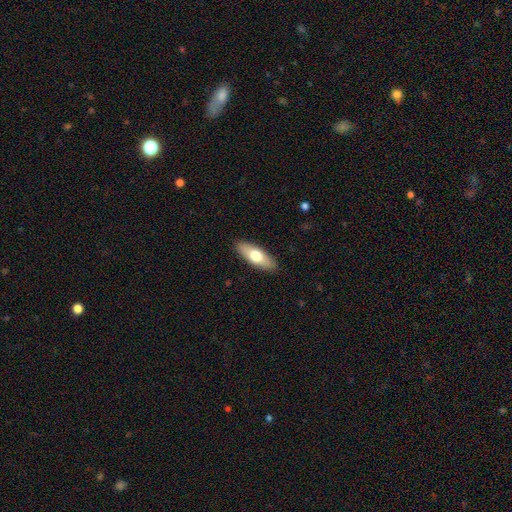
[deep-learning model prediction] A smooth galaxy with no disk features (67%) that is in between round and cigar-shaped (67%). Merging: none (90%).